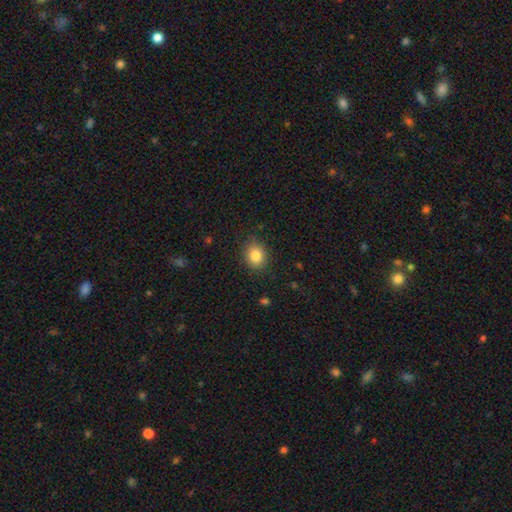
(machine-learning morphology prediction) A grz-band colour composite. It shows a smooth galaxy with no disk features (84%) that is round (62%). Merging: none (85%).